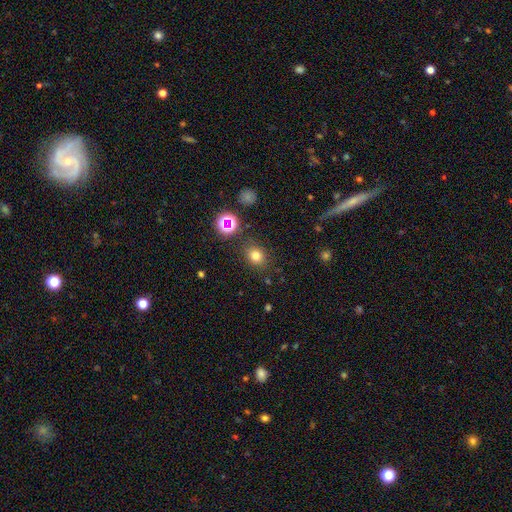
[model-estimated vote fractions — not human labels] Overall: smooth (74%). How rounded: round (64%; in between 35%). Merging: none (83%).